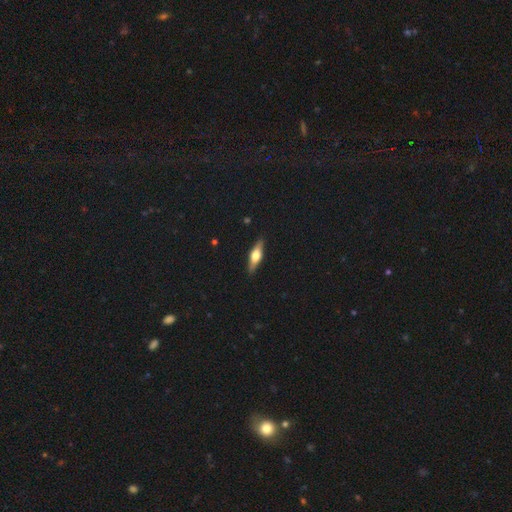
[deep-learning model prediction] This is possibly a featured or disk galaxy (53%). It is clearly viewed edge-on (92%). Merging: clearly none (88%).